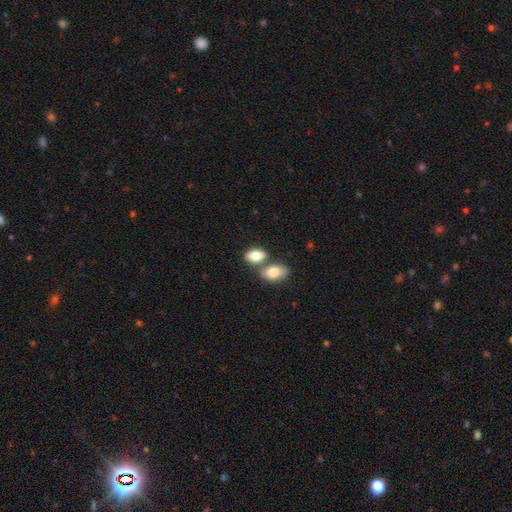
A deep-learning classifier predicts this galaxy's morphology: A smooth galaxy with no disk features (82%) that is in between round and cigar-shaped (88%).

Vote fractions:
- Smooth or featured? smooth: 82% / featured or disk: 11% / star or artifact: 7%
- How rounded? in between: 88% / round: 10% / cigar-shaped: 2%
- Merging? merger: 44% / none: 43% / minor disturbance: 10% / major disturbance: 3%